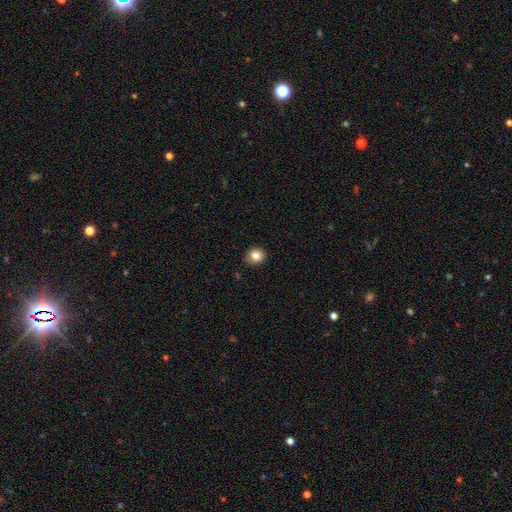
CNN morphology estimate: This is clearly a smooth galaxy (84%). How rounded: clearly round (81%). Merging: clearly none (88%).